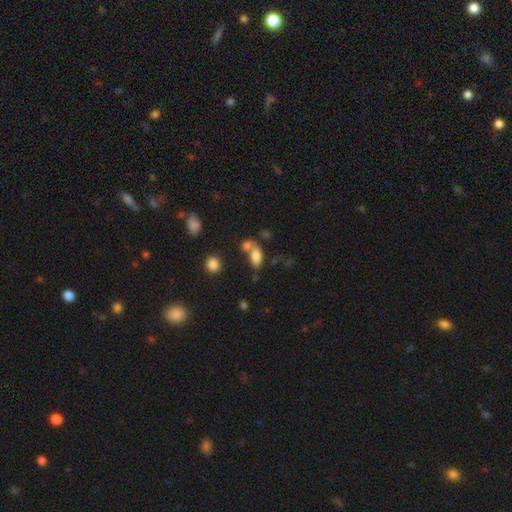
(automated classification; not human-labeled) The model was most divided on "merging": none: 41%, merger: 40%, minor disturbance: 13%, major disturbance: 7%. More confident: how rounded — in between (86%); smooth or featured — smooth (78%).